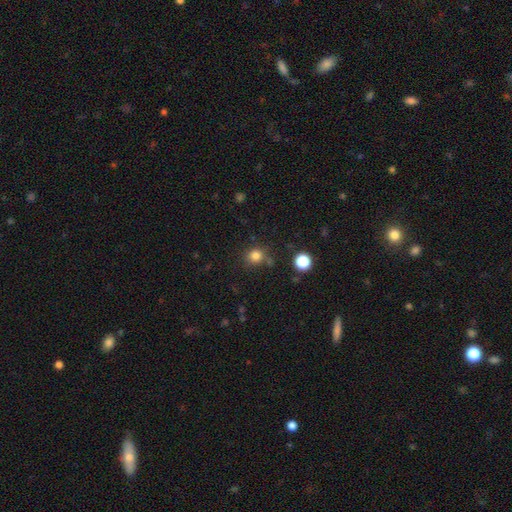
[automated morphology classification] A smooth galaxy with no disk features (81%) that is round (85%).

Vote fractions:
- Smooth or featured? smooth: 81% / star or artifact: 14% / featured or disk: 5%
- How rounded? round: 85% / in between: 14% / cigar-shaped: 1%
- Merging? none: 76% / minor disturbance: 12% / merger: 7% / major disturbance: 4%